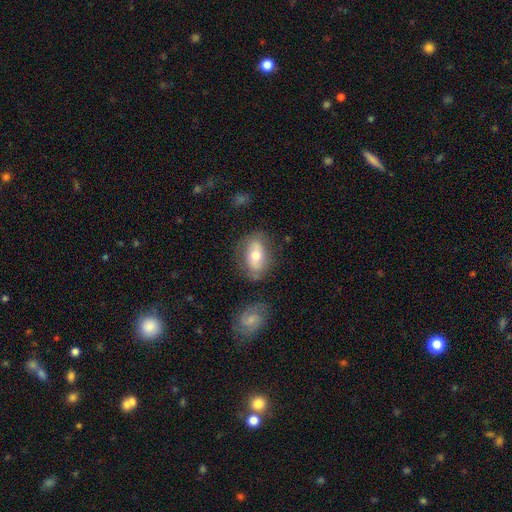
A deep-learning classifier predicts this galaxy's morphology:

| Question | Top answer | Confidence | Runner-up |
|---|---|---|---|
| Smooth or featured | smooth | 53% | featured or disk (40%) |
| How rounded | in between | 81% | round (16%) |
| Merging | none | 70% | minor disturbance (18%) |